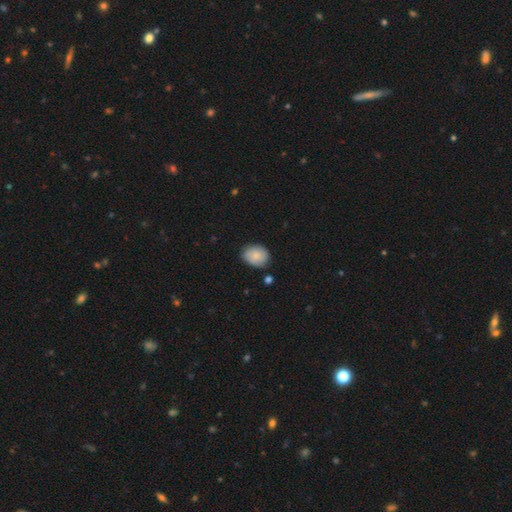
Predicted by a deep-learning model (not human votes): This appears to be a smooth galaxy with no disk features (81%) that is in between round and cigar-shaped (55%). Merging: none (74%).